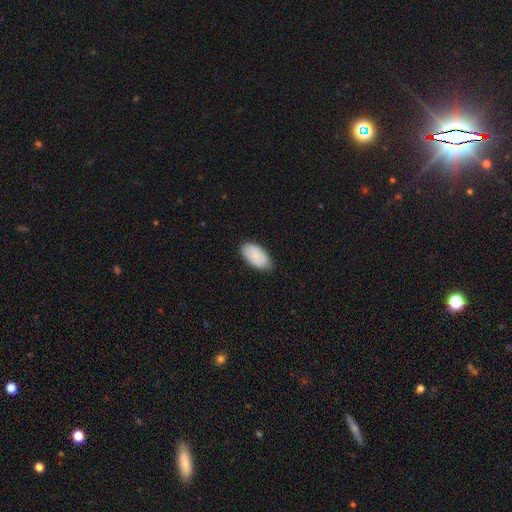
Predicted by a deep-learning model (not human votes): This is clearly a smooth galaxy (83%). How rounded: clearly in between (95%). Merging: clearly none (80%).